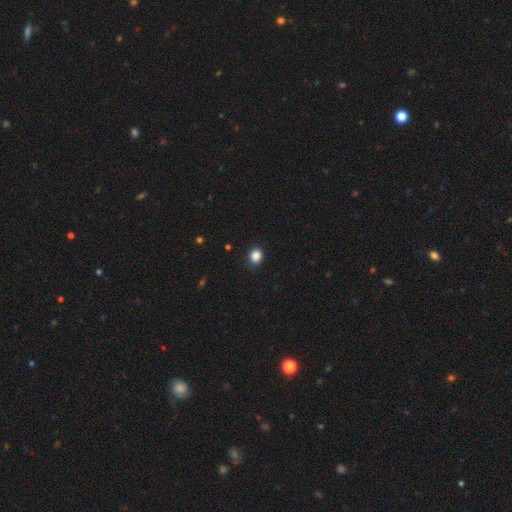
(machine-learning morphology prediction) A smooth galaxy with no disk features (86%) that is round (71%). Merging: none (89%).